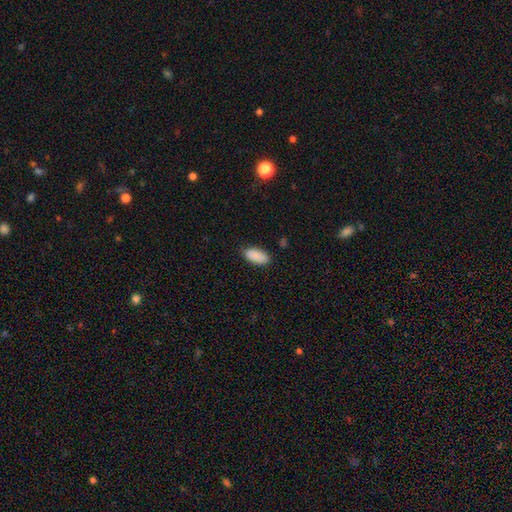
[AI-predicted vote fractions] smooth 90%, star or artifact 6%, featured or disk 4%. Down the decision tree: how rounded — in between (92%); merging — none (85%).